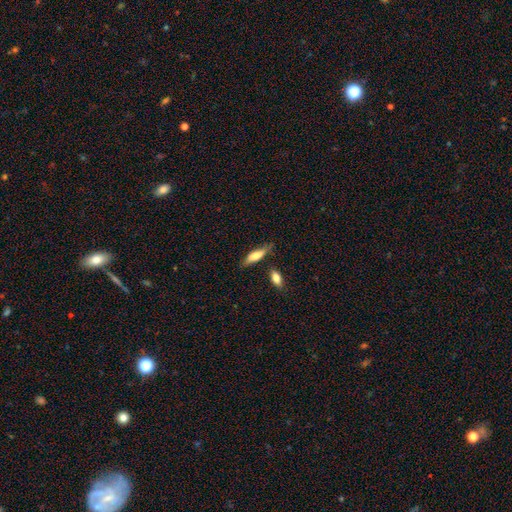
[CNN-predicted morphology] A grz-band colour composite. It shows a smooth galaxy with no disk features (71%) that is cigar-shaped (57%). Merging: none (68%).